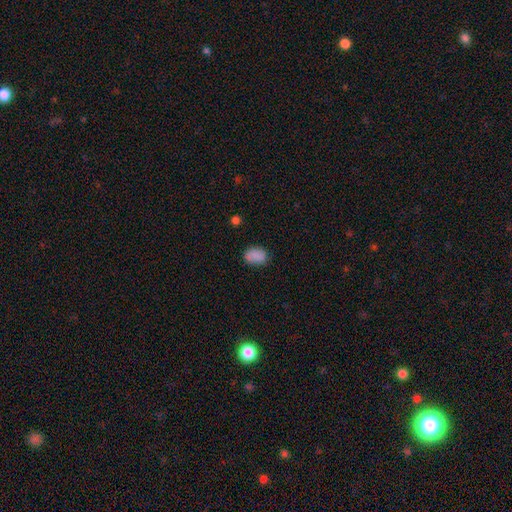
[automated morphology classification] Smooth or featured?
  - smooth: 86% *
  - star or artifact: 9%
  - featured or disk: 5%
How rounded?
  - in between: 80% *
  - round: 19%
  - cigar-shaped: 1%
Merging?
  - none: 77% *
  - minor disturbance: 17%
  - major disturbance: 4%
  - merger: 2%